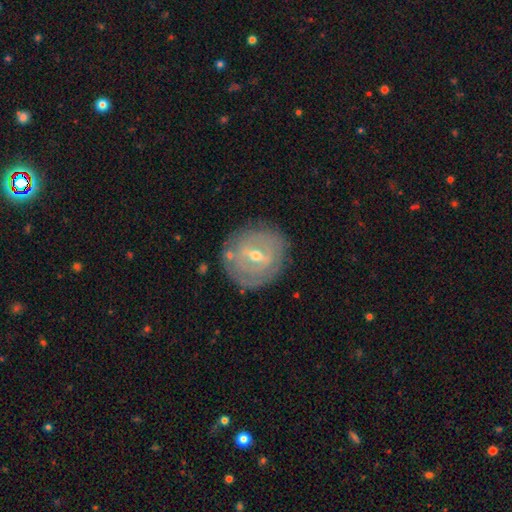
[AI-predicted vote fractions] This appears to be a featured or disk galaxy (74%) with a weak bar (47%), no spiral arms (51%) and a moderate central bulge (55%). Merging: none (80%).